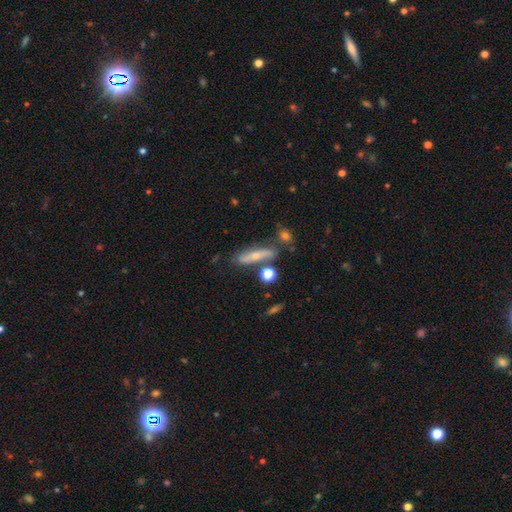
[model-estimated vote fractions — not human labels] A featured or disk galaxy (48%).

Vote fractions:
- Smooth or featured? featured or disk: 48% / smooth: 44% / star or artifact: 9%
- Merging? none: 68% / minor disturbance: 17% / merger: 10% / major disturbance: 6%